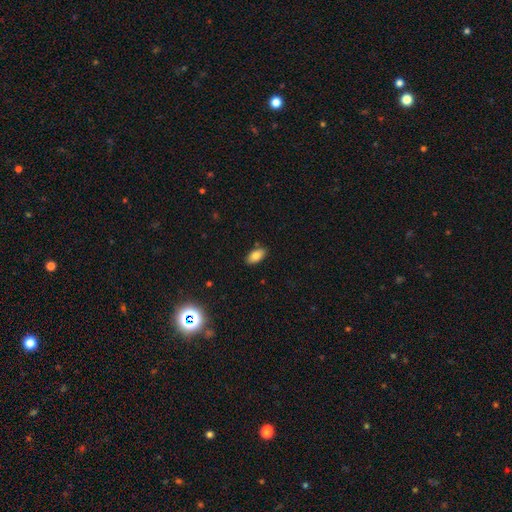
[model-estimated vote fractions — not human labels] This appears to be a smooth galaxy with no disk features (83%) that is in between round and cigar-shaped (92%). Merging: none (86%).